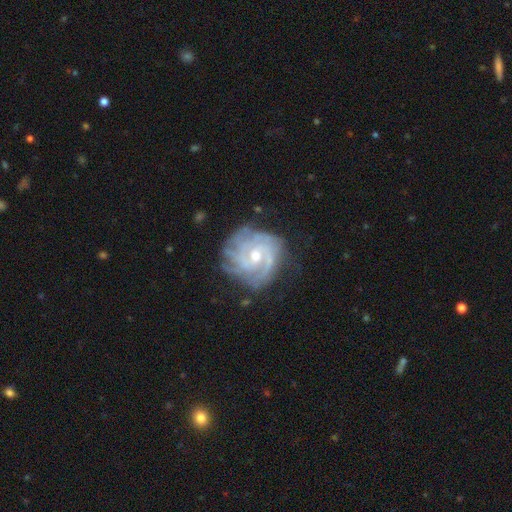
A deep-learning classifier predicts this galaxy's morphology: A featured or disk galaxy (89%) with no bar (65%), tight (69%) spiral arms (97%) and a moderate central bulge (49%).

Vote fractions:
- Smooth or featured? featured or disk: 89% / smooth: 6% / star or artifact: 6%
- Edge-on disk? no: 98% / yes: 2%
- Bar? no: 65% / weak: 29% / strong: 6%
- Spiral arms? yes: 97% / no: 3%
- Spiral winding? tight: 69% / medium: 26% / loose: 5%
- Spiral arm count? can't tell: 26% / 3: 25% / 4: 19% / 2: 15% / more than 4: 8% / 1: 7%
- Bulge size? moderate: 49% / small: 48% / large: 1% / none: 1% / dominant: 1%
- Merging? none: 72% / minor disturbance: 19% / major disturbance: 8% / merger: 2%